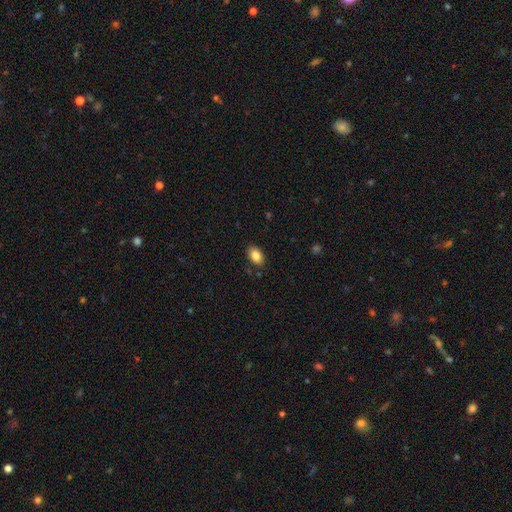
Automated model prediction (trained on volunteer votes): Smooth or featured?
  - smooth: 85% *
  - star or artifact: 8%
  - featured or disk: 7%
How rounded?
  - in between: 90% *
  - round: 9%
  - cigar-shaped: 1%
Merging?
  - none: 86% *
  - minor disturbance: 10%
  - major disturbance: 2%
  - merger: 2%